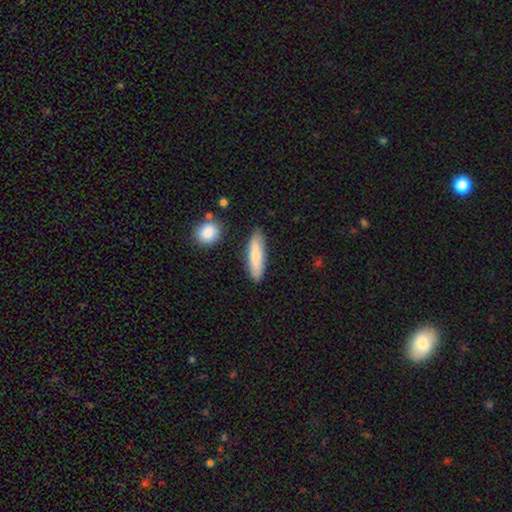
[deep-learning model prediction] smooth_or_featured: smooth (p=0.76) [alt: featured or disk p=0.18]
how_rounded: cigar-shaped (p=0.66) [alt: in between p=0.32]
merging: none (p=0.84) [alt: minor disturbance p=0.11]